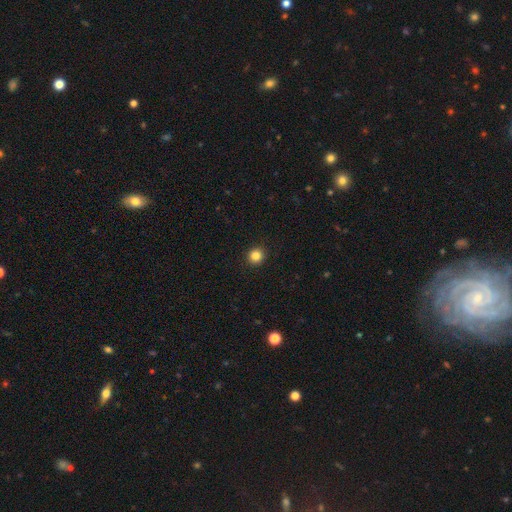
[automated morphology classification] Smooth or featured? Predicted: smooth (p=0.84). How rounded? Predicted: round (p=0.93). Merging? Predicted: none (p=0.93).